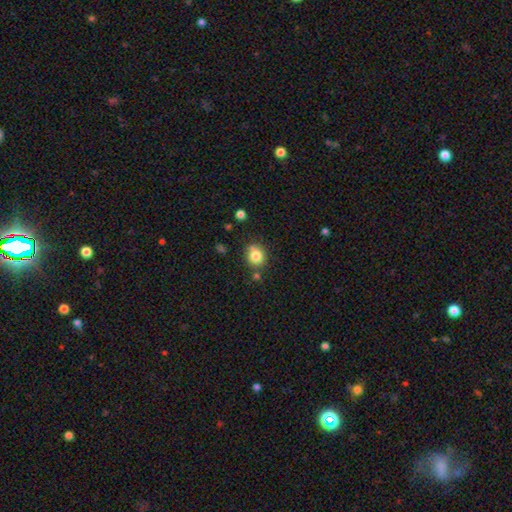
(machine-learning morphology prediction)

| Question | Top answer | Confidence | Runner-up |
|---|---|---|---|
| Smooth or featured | smooth | 82% | star or artifact (11%) |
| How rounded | round | 72% | in between (27%) |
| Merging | none | 71% | minor disturbance (16%) |